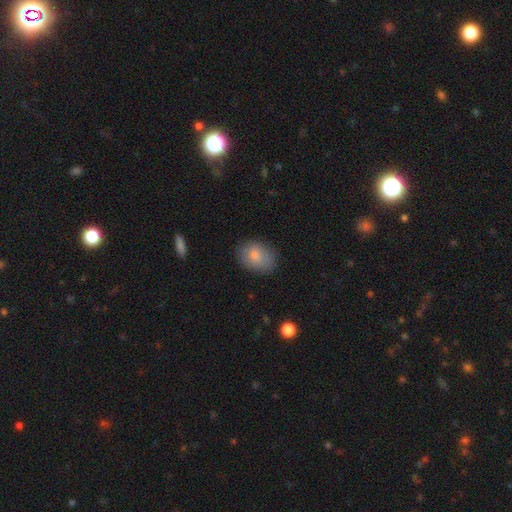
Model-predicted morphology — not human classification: A smooth galaxy with no disk features (84%) that is in between round and cigar-shaped (70%). Merging: none (79%).